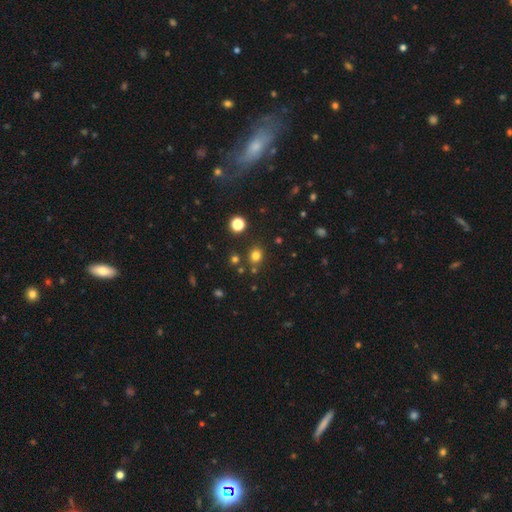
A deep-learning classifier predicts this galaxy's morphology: Smooth or featured: smooth — 75% (star or artifact — 19%)
How rounded: round — 75% (in between — 24%)
Merging: none — 82% (minor disturbance — 9%)